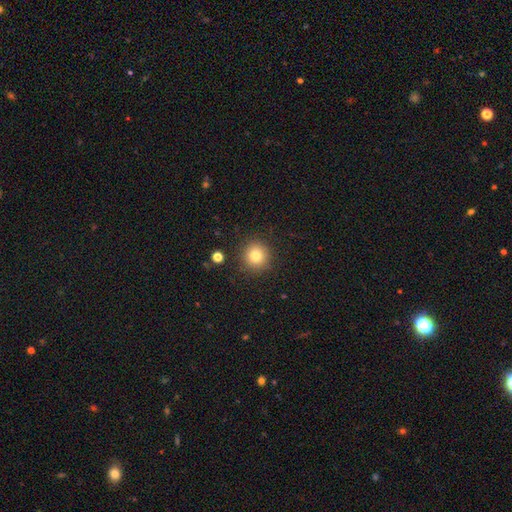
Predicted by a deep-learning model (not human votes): Smooth or featured? smooth (80%)
How rounded? round (94%)
Merging? none (89%)